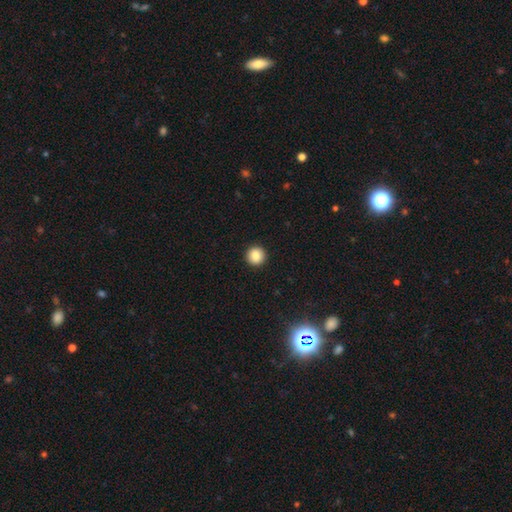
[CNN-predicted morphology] smooth_or_featured: smooth (p=0.87) [alt: star or artifact p=0.10]
how_rounded: round (p=0.95) [alt: in between p=0.04]
merging: none (p=0.93) [alt: minor disturbance p=0.04]